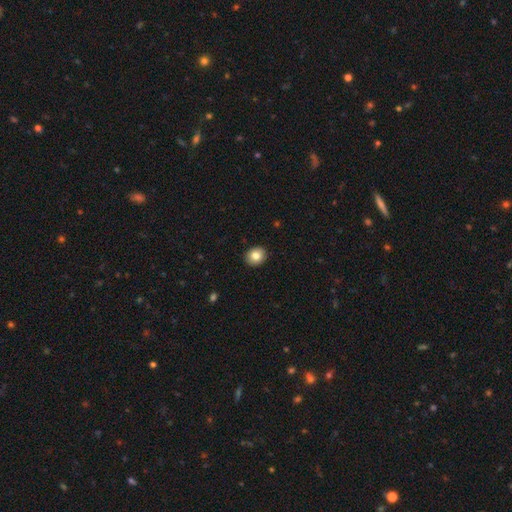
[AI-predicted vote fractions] Morphology: type=smooth (83%); roundness=round (67%); merging=none (91%).